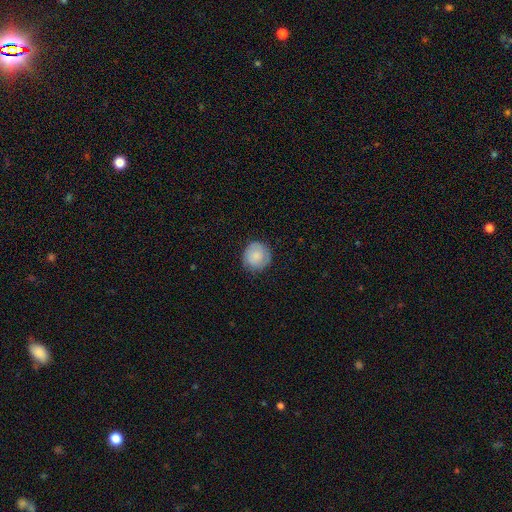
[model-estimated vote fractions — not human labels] smooth_or_featured: smooth (p=0.80) [alt: featured or disk p=0.13]
how_rounded: round (p=0.92) [alt: in between p=0.07]
merging: none (p=0.84) [alt: minor disturbance p=0.12]